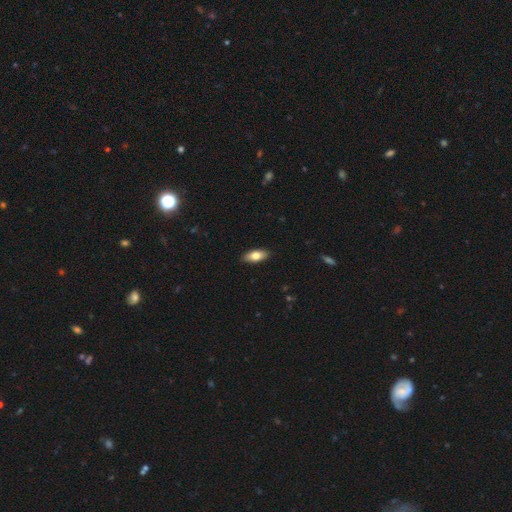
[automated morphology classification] Smooth or featured?
  - smooth: 77% *
  - featured or disk: 17%
  - star or artifact: 6%
How rounded?
  - in between: 85% *
  - cigar-shaped: 12%
  - round: 3%
Merging?
  - none: 90% *
  - minor disturbance: 8%
  - major disturbance: 2%
  - merger: 1%